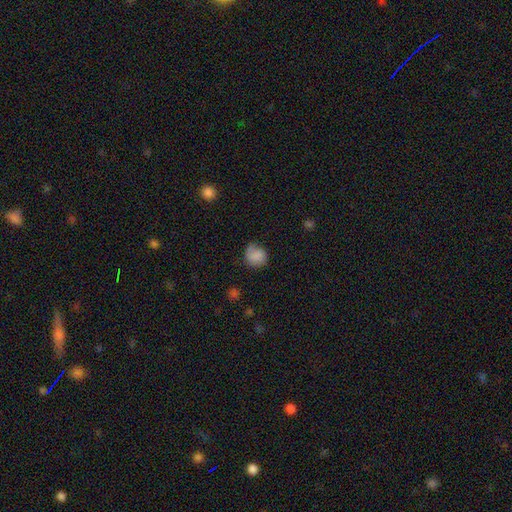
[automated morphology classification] smooth 79%, featured or disk 12%, star or artifact 9%. Down the decision tree: how rounded — round (78%); merging — none (60%).